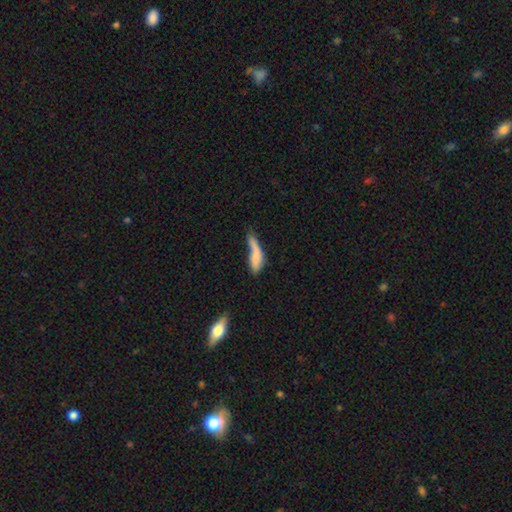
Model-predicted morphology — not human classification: smooth 71%, featured or disk 21%, star or artifact 8%. Down the decision tree: how rounded — cigar-shaped (52%); merging — major disturbance (27%, tied with none).